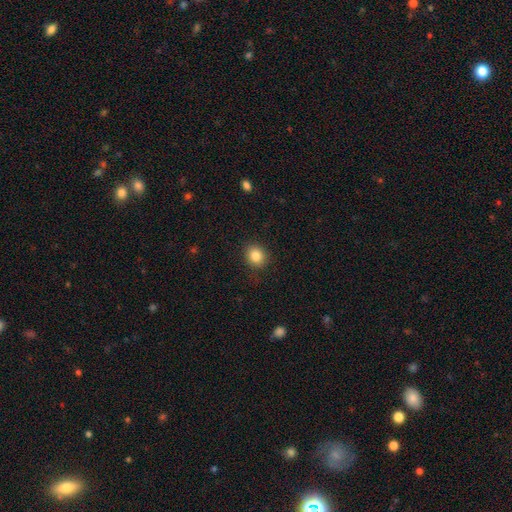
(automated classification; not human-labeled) Smooth or featured: smooth — 84% (star or artifact — 10%)
How rounded: round — 74% (in between — 26%)
Merging: none — 87% (minor disturbance — 9%)